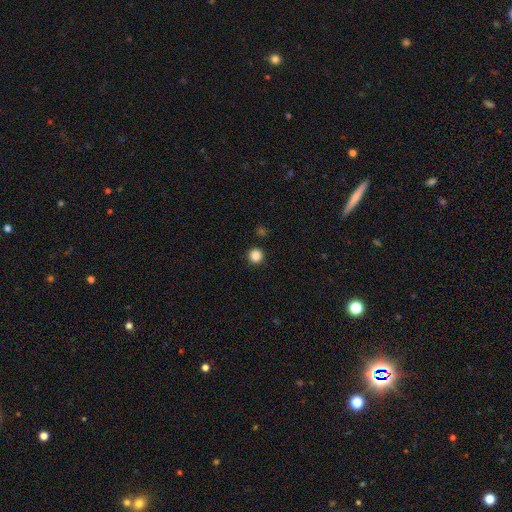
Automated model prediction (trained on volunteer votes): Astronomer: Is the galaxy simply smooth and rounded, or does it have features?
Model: smooth — 86%.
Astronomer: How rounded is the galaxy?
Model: round — 96%.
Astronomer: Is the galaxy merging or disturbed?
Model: none — 91%.